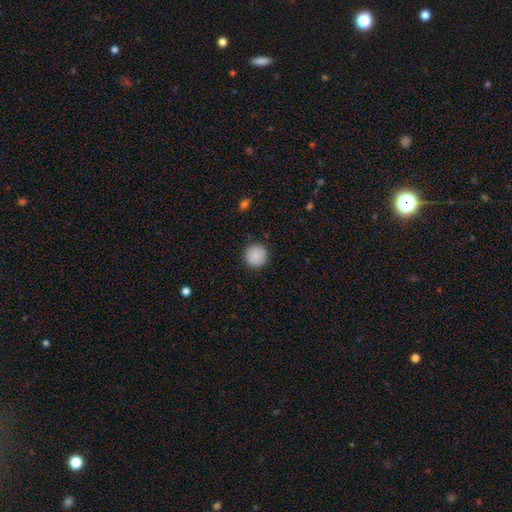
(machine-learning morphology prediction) This is clearly a smooth galaxy (88%). How rounded: clearly round (96%). Merging: clearly none (91%).